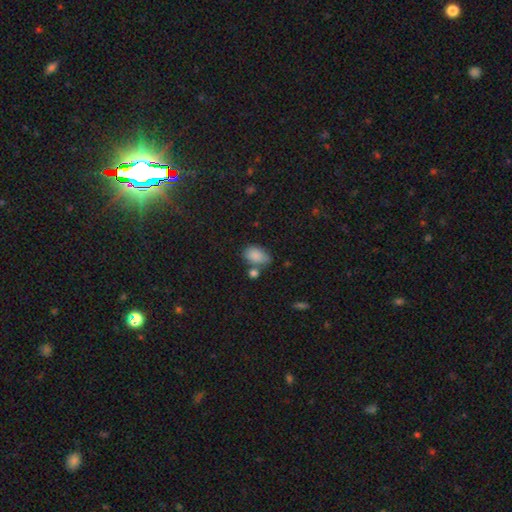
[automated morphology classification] smooth-or-featured: smooth: 85% | star or artifact: 8% | featured or disk: 6%
  how-rounded: in between: 84% | round: 14% | cigar-shaped: 1%
  merging: none: 52% | minor disturbance: 21% | merger: 20% | major disturbance: 6%